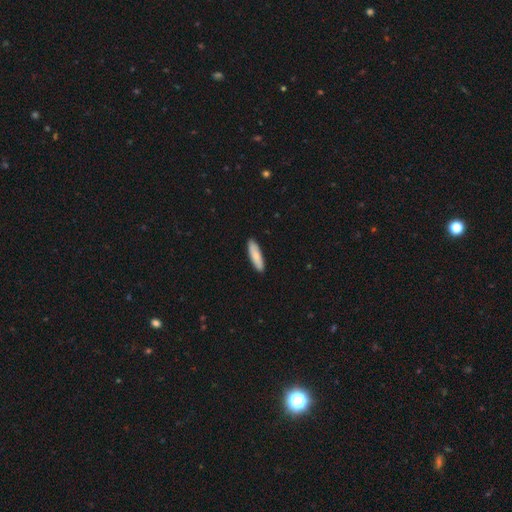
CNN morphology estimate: Overall: smooth (82%). How rounded: cigar-shaped (67%; in between 32%). Merging: none (91%).